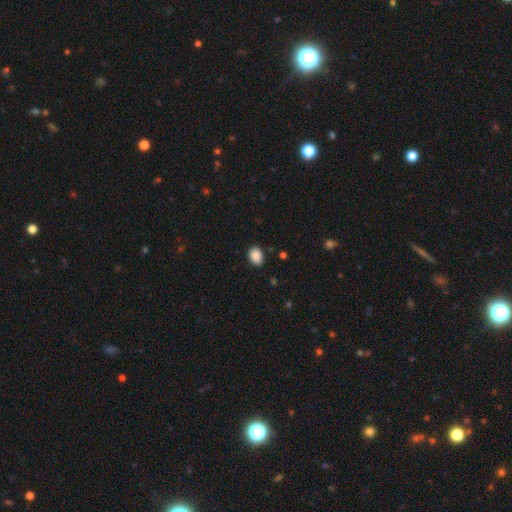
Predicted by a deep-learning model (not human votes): Morphology: type=smooth (89%); roundness=in between (69%); merging=none (87%).